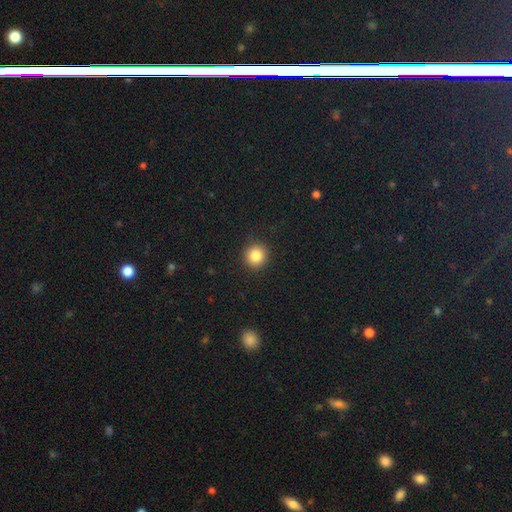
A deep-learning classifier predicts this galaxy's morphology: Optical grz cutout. It shows a smooth galaxy with no disk features (84%) that is round (93%). Merging: none (91%).